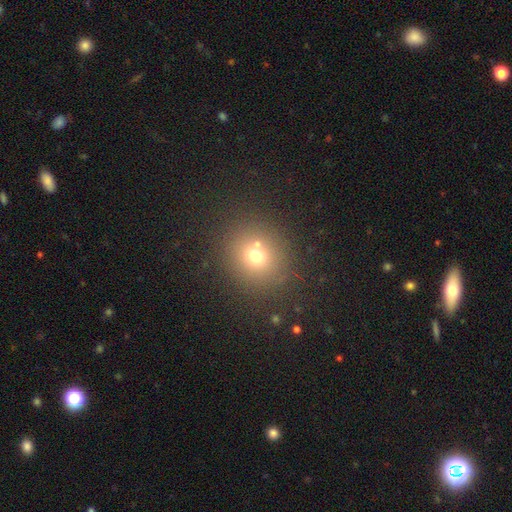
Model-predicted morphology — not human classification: Smooth or featured? smooth (68%)
How rounded? round (83%)
Merging? none (73%)